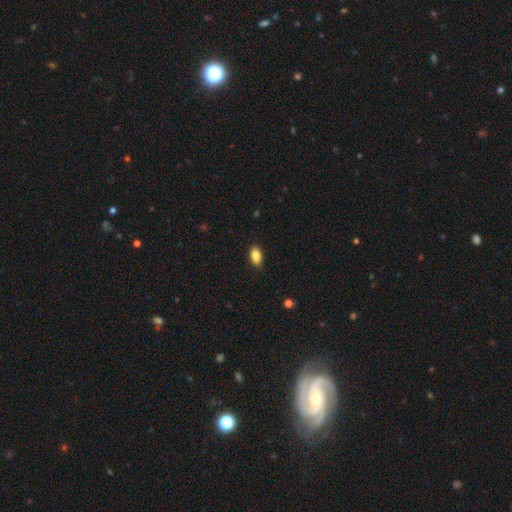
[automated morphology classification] smooth 86%, star or artifact 8%, featured or disk 5%. Down the decision tree: how rounded — in between (89%); merging — none (87%).